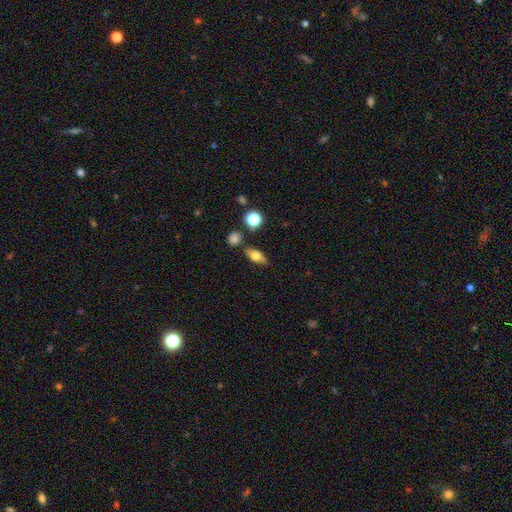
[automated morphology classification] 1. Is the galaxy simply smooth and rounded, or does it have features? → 67% smooth, 24% featured or disk, 10% star or artifact.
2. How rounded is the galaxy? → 75% in between, 15% cigar-shaped, 11% round.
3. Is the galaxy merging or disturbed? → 78% none, 13% minor disturbance, 6% merger, 3% major disturbance.